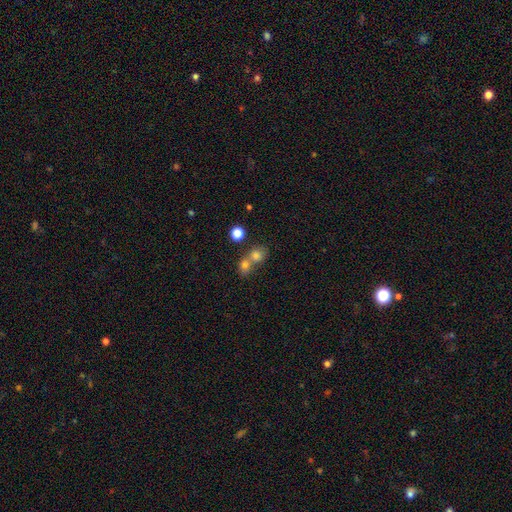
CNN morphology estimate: Smooth or featured?
  - smooth: 53% *
  - star or artifact: 27%
  - featured or disk: 20%
How rounded?
  - round: 51% *
  - in between: 42%
  - cigar-shaped: 6%
Merging?
  - merger: 42% * (tied)
  - none: 42% * (tied)
  - minor disturbance: 9%
  - major disturbance: 6%